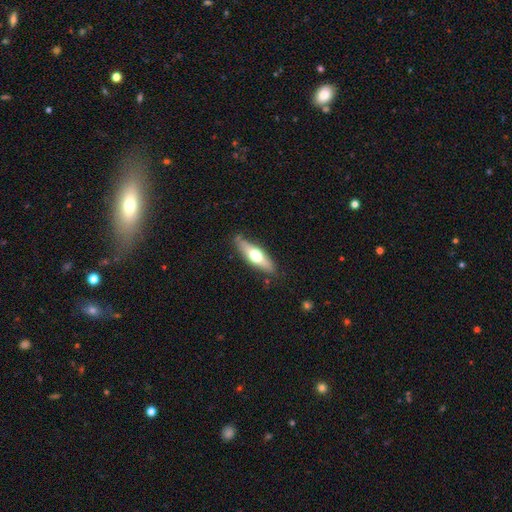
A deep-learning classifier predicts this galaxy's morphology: A featured or disk galaxy (48%). Merging: none (81%).